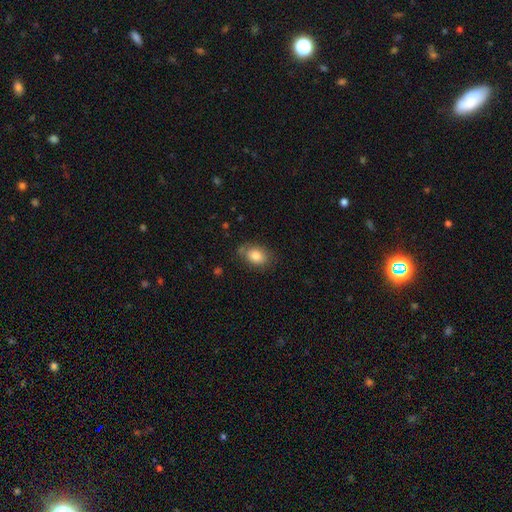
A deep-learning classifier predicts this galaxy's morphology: Overall: smooth (82%). How rounded: in between (76%). Merging: none (71%).